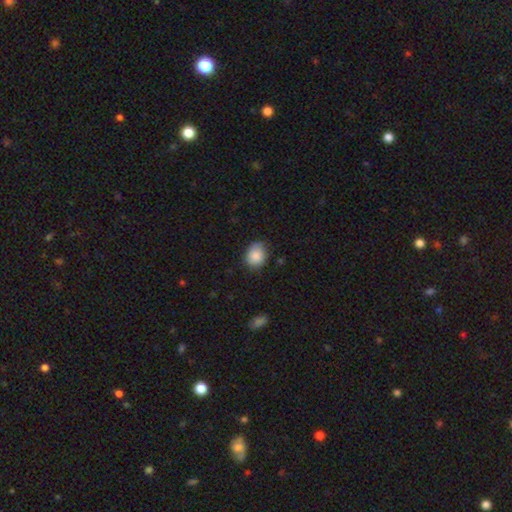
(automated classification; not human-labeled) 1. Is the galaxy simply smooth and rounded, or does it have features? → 86% smooth, 8% star or artifact, 6% featured or disk.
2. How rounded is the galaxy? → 50% in between, 49% round, 1% cigar-shaped.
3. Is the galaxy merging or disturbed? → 73% none, 22% minor disturbance, 4% major disturbance, 1% merger.